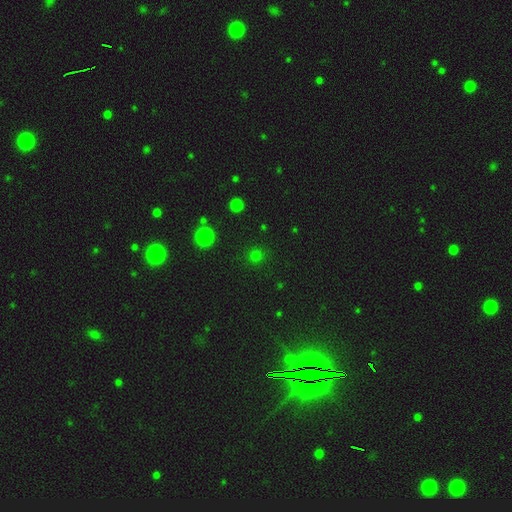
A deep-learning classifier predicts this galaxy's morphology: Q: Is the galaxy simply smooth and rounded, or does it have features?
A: smooth — 72%.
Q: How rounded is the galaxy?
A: round — 93%.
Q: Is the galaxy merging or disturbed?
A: none — 88%.